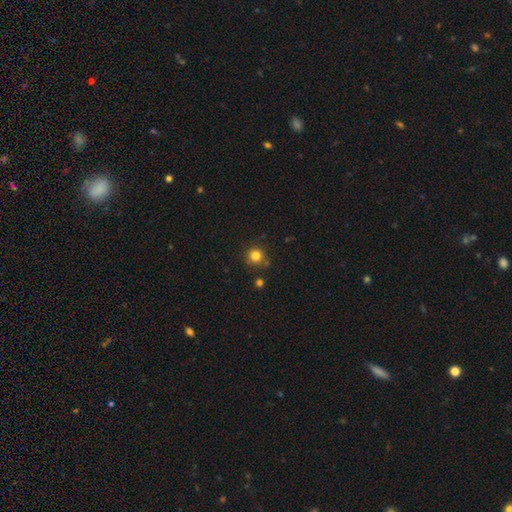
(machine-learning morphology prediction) smooth 81%, star or artifact 13%, featured or disk 6%. Down the decision tree: how rounded — round (93%); merging — none (81%).